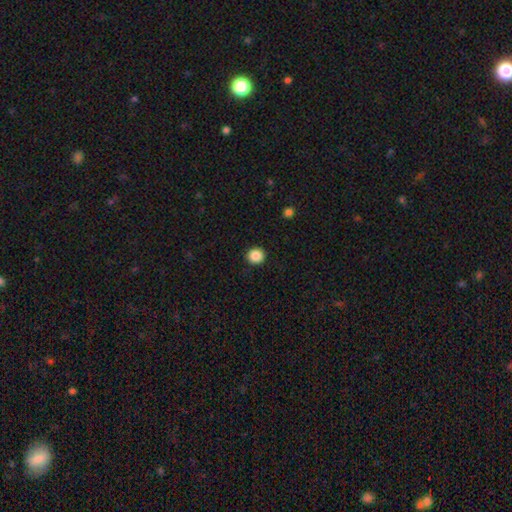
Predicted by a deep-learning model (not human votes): A smooth galaxy with no disk features (87%) that is round (93%). Merging: none (92%).